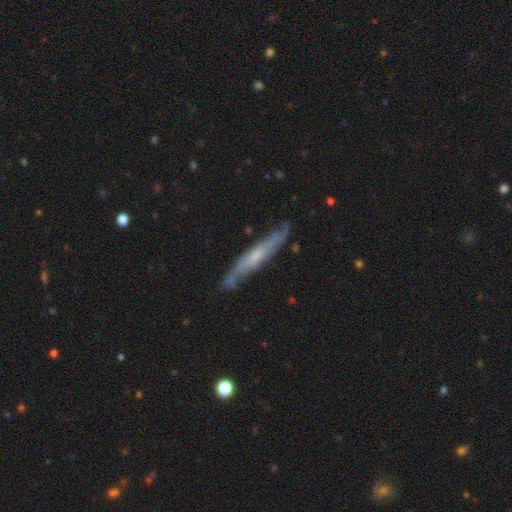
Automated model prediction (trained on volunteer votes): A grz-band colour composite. It shows a featured or disk galaxy (62%) viewed edge-on (80%). Merging: none (79%).